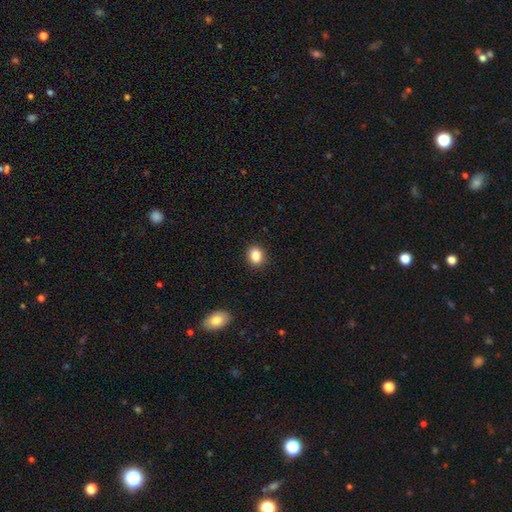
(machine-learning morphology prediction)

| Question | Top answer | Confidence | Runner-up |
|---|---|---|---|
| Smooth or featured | smooth | 85% | star or artifact (10%) |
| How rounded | round | 62% | in between (37%) |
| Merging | none | 91% | minor disturbance (6%) |